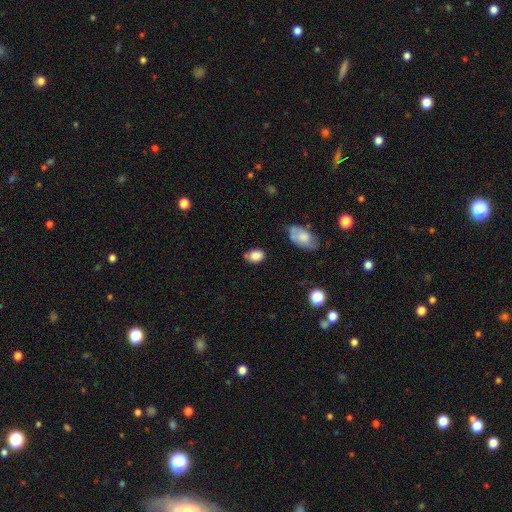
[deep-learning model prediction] smooth-or-featured: smooth: 83% | star or artifact: 9% | featured or disk: 8%
  how-rounded: in between: 67% | round: 32% | cigar-shaped: 1%
  merging: none: 63% | minor disturbance: 26% | major disturbance: 6% | merger: 5%